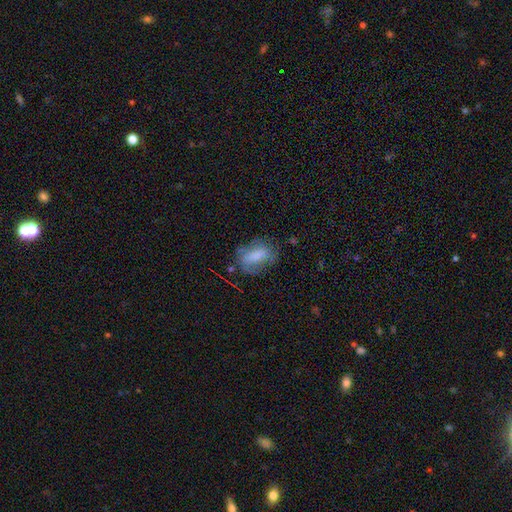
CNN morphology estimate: smooth 63%, featured or disk 27%, star or artifact 10%. Down the decision tree: how rounded — in between (84%); merging — none (52%).